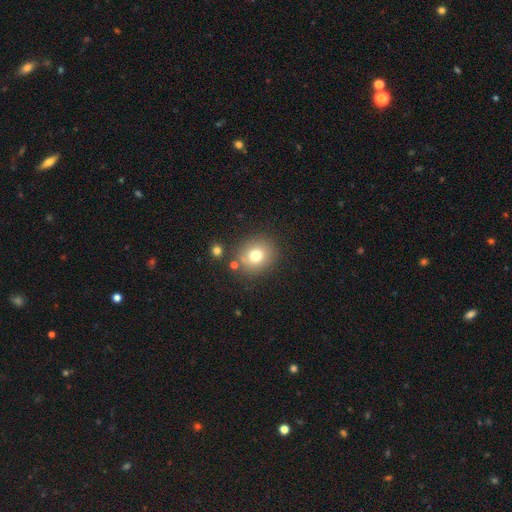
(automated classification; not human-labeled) This appears to be a smooth galaxy with no disk features (75%) that is round (73%). Merging: none (80%).